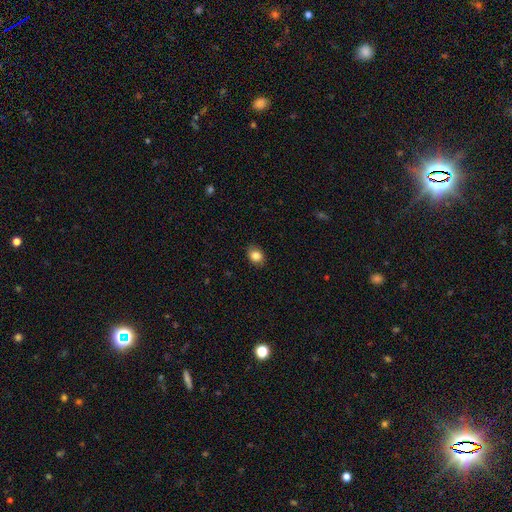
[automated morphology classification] Q: Smooth or featured?
A: smooth (85%); runner-up: star or artifact (9%)
Q: How rounded?
A: in between (60%); runner-up: round (39%)
Q: Merging?
A: none (87%); runner-up: minor disturbance (10%)